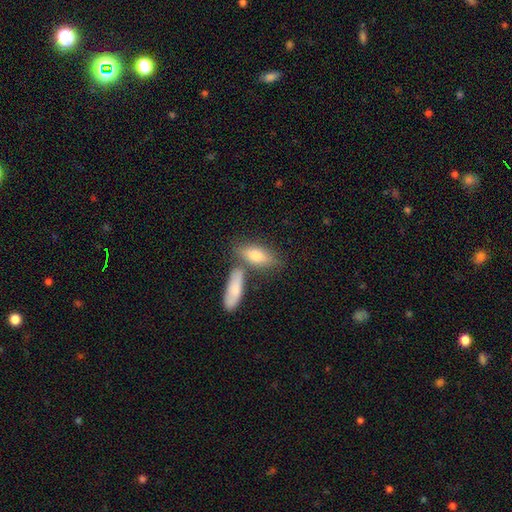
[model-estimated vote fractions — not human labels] Morphology: type=smooth (73%); roundness=in between (69%); merging=none (53%).